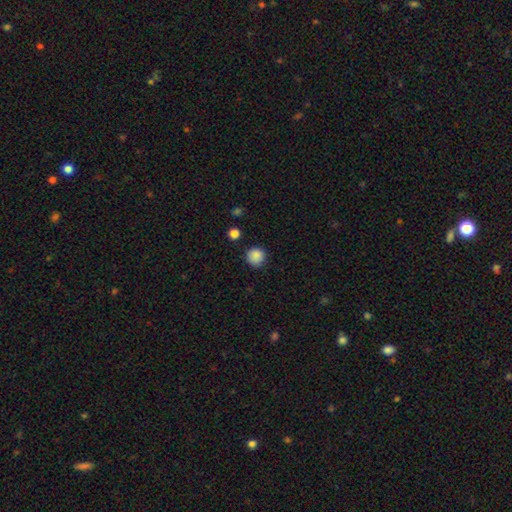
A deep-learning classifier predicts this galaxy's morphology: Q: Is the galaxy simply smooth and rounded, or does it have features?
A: smooth — 87%.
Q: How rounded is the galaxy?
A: round — 94%.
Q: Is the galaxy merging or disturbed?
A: none — 87%.